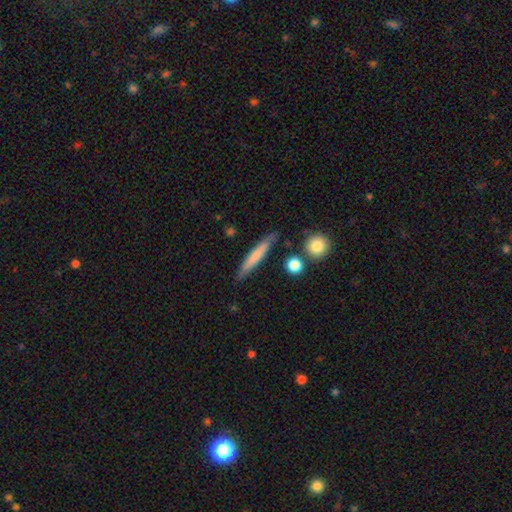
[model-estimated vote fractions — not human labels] smooth_or_featured: smooth (p=0.63) [alt: featured or disk p=0.31]
how_rounded: cigar-shaped (p=0.93) [alt: in between p=0.06]
merging: none (p=0.83) [alt: minor disturbance p=0.11]